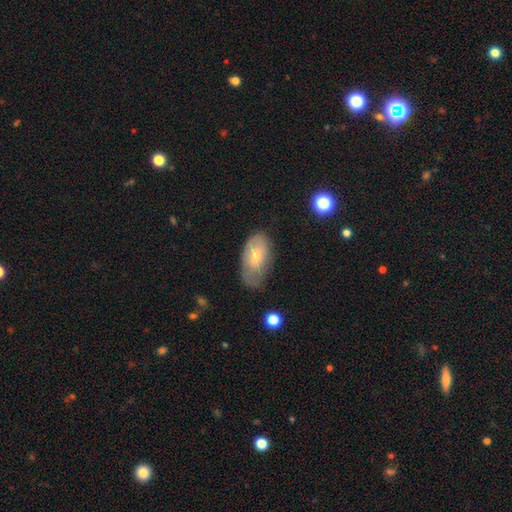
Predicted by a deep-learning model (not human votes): This appears to be a smooth galaxy with no disk features (61%) that is in between round and cigar-shaped (93%). Merging: none (54%).